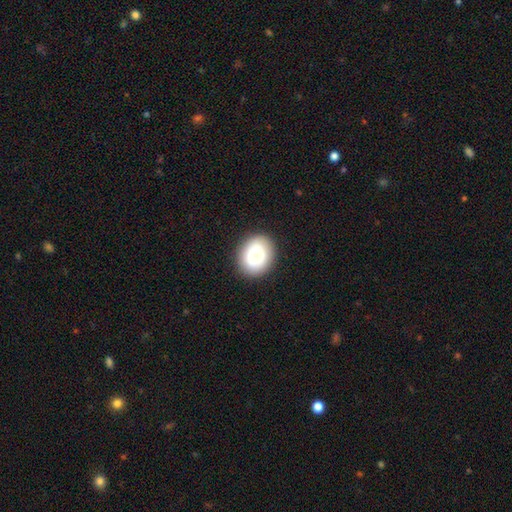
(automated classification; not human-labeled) A smooth galaxy with no disk features (76%) that is round (54%).

Vote fractions:
- Smooth or featured? smooth: 76% / featured or disk: 16% / star or artifact: 8%
- How rounded? round: 54% / in between: 45% / cigar-shaped: 1%
- Merging? none: 88% / minor disturbance: 9% / major disturbance: 2% / merger: 1%